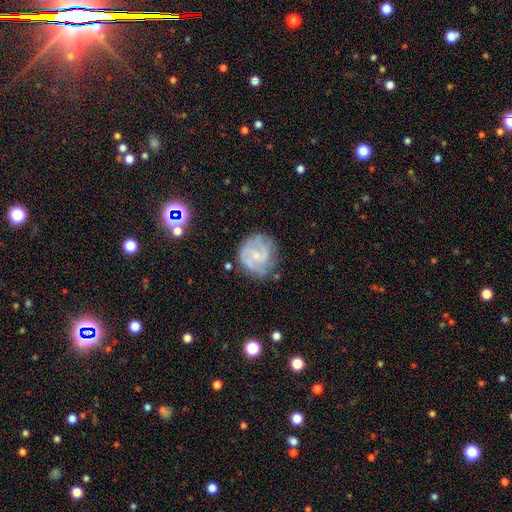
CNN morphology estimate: Smooth or featured: featured or disk — 75% (smooth — 19%)
Edge-on disk: no — 98% (yes — 2%)
Bar: no — 52% (weak — 41%)
Spiral arms: yes — 88% (no — 12%)
Spiral winding: tight — 47% (medium — 40%)
Spiral arm count: 2 — 47% (can't tell — 25%)
Bulge size: small — 56% (none — 22%)
Merging: none — 66% (minor disturbance — 21%)